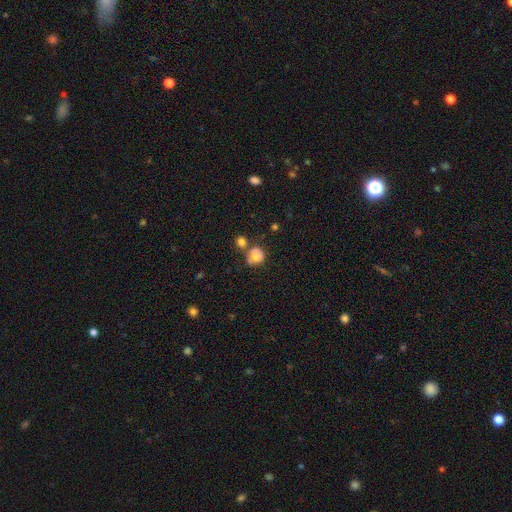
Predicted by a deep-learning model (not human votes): A smooth galaxy with no disk features (71%) that is round (77%). Merging: none (44%).